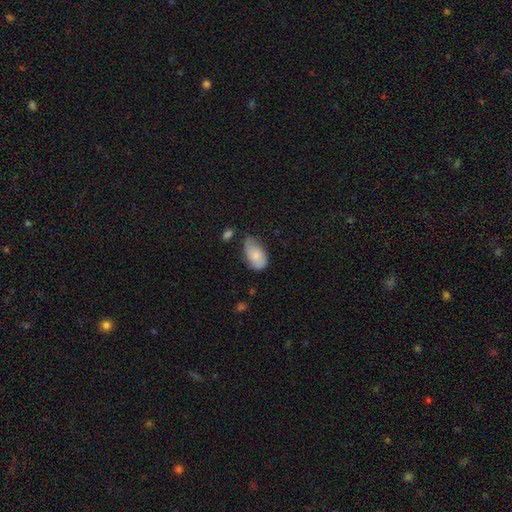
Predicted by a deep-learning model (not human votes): smooth 79%, featured or disk 14%, star or artifact 7%. Down the decision tree: how rounded — in between (93%); merging — none (47%).